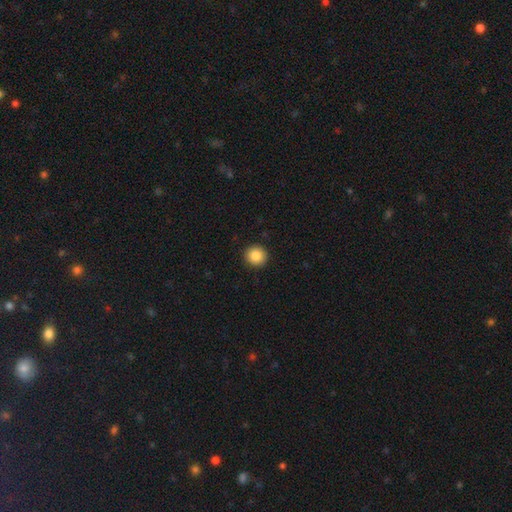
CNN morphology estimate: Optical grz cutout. It shows a smooth galaxy with no disk features (86%) that is round (94%). Merging: none (93%).